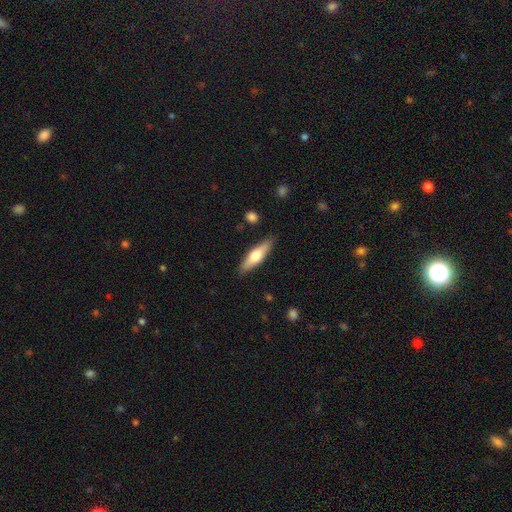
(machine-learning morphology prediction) A smooth galaxy with no disk features (54%) that is cigar-shaped (67%).

Vote fractions:
- Smooth or featured? smooth: 54% / featured or disk: 41% / star or artifact: 5%
- How rounded? cigar-shaped: 67% / in between: 31% / round: 2%
- Merging? none: 87% / minor disturbance: 9% / major disturbance: 2% / merger: 1%